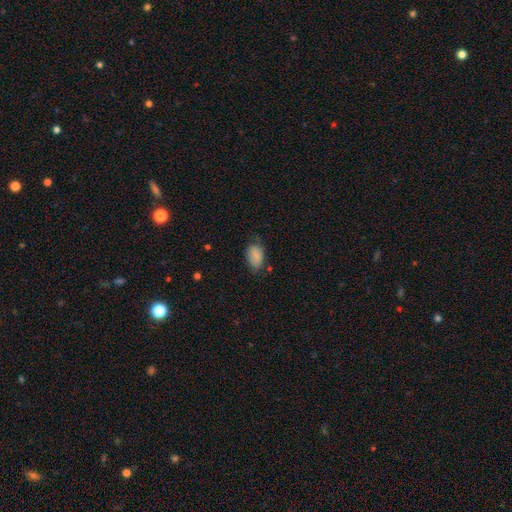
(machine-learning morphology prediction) A smooth galaxy with no disk features (84%) that is in between round and cigar-shaped (88%).

Vote fractions:
- Smooth or featured? smooth: 84% / featured or disk: 9% / star or artifact: 8%
- How rounded? in between: 88% / round: 10% / cigar-shaped: 1%
- Merging? none: 54% / minor disturbance: 35% / major disturbance: 9% / merger: 2%